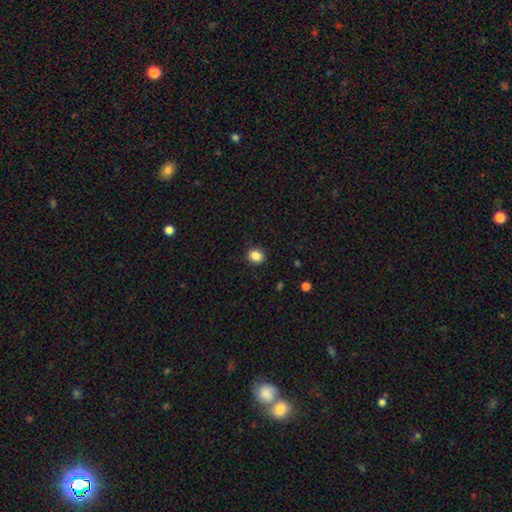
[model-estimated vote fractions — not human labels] This is clearly a smooth galaxy (86%). How rounded: likely round (61%). Merging: clearly none (88%).